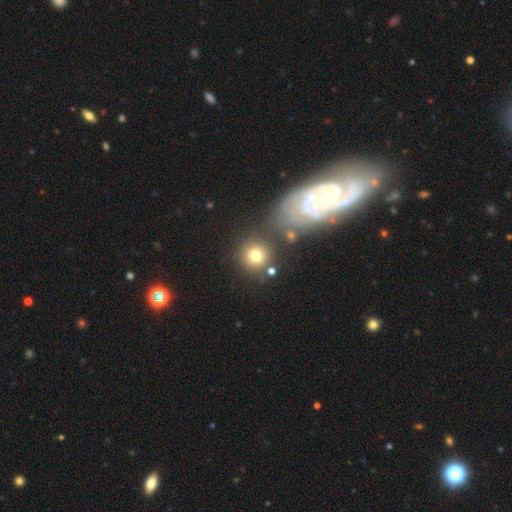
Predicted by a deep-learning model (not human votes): This appears to be a smooth galaxy with no disk features (73%) that is round (92%). Merging: none (72%).